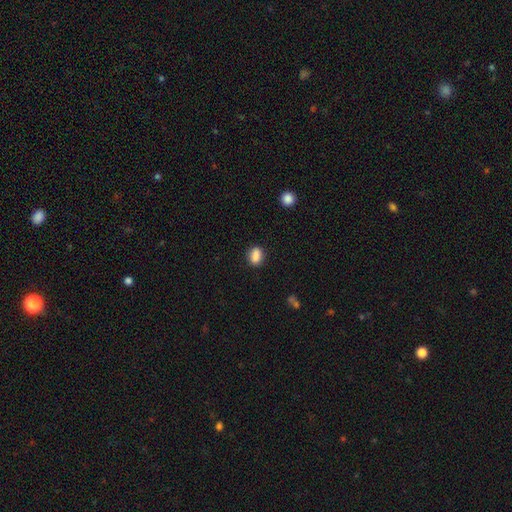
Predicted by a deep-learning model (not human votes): smooth-or-featured: smooth: 86% | star or artifact: 9% | featured or disk: 5%
  how-rounded: in between: 67% | round: 31% | cigar-shaped: 2%
  merging: none: 80% | minor disturbance: 14% | merger: 3% | major disturbance: 3%